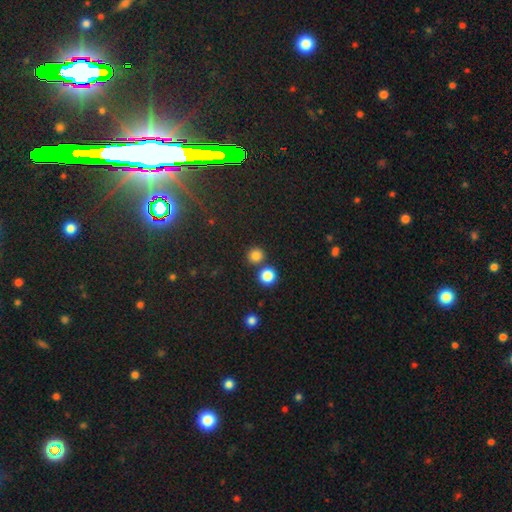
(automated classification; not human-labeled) Smooth or featured: smooth — 81% (star or artifact — 15%)
How rounded: round — 93% (in between — 6%)
Merging: none — 78% (merger — 14%)